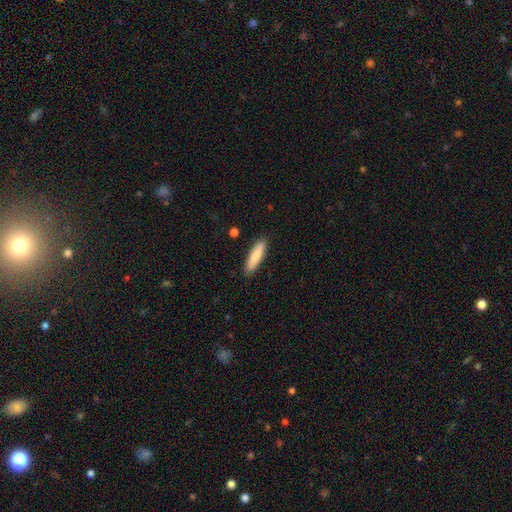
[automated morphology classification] A smooth galaxy with no disk features (85%) that is cigar-shaped (77%). Merging: none (90%).